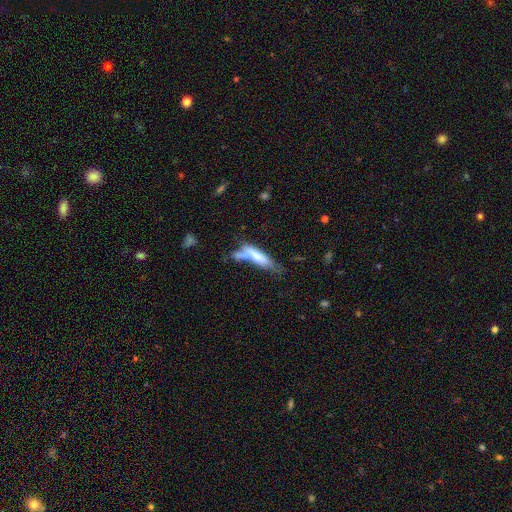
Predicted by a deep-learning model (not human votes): smooth-or-featured: smooth: 63% | featured or disk: 30% | star or artifact: 8%
  how-rounded: cigar-shaped: 69% | in between: 29% | round: 2%
  merging: merger: 35% | none: 29% | minor disturbance: 20% | major disturbance: 16%